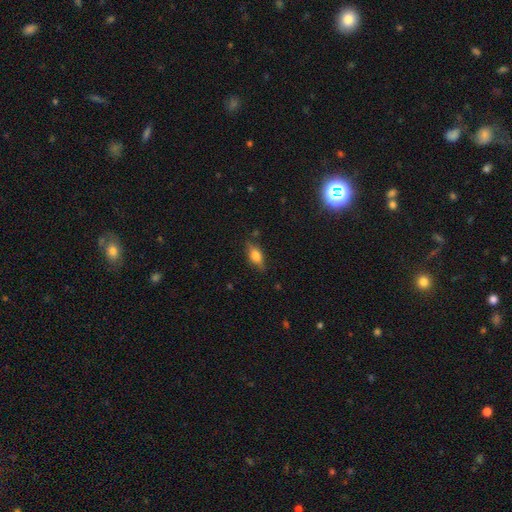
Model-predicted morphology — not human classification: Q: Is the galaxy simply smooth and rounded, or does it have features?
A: smooth — 54%.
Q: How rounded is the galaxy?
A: in between — 75%.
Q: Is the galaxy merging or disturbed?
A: none — 77%.